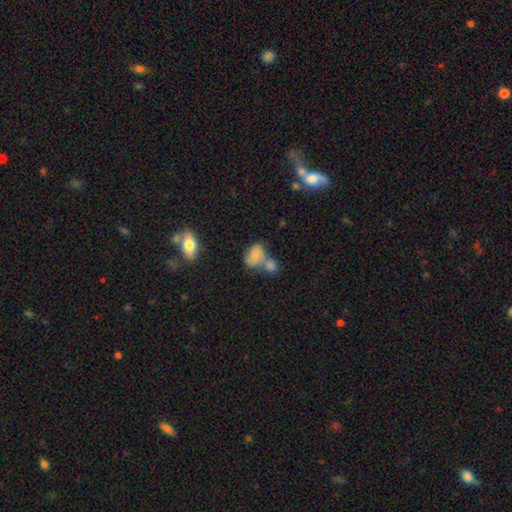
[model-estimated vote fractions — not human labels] Overall: smooth (75%). How rounded: in between (77%). Merging: merger (52%; none 29%).